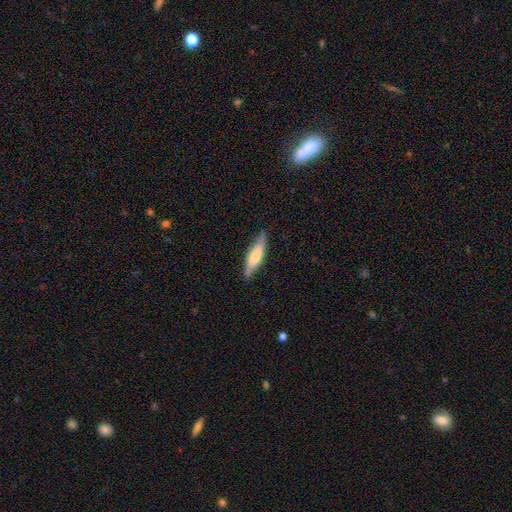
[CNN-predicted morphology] Smooth or featured? smooth (57%)
How rounded? cigar-shaped (71%)
Merging? none (81%)